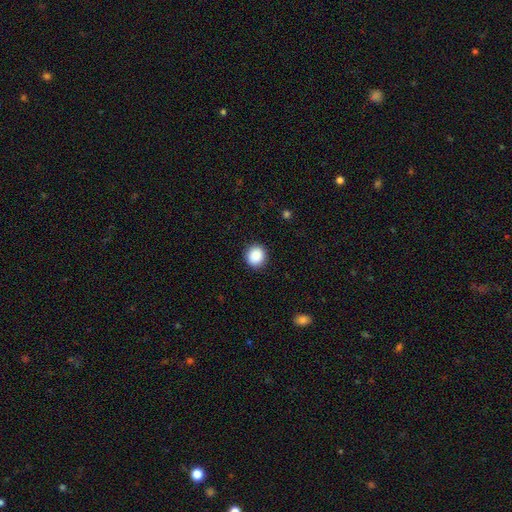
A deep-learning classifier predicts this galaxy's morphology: Smooth or featured?
  - smooth: 89% *
  - star or artifact: 8%
  - featured or disk: 3%
How rounded?
  - round: 87% *
  - in between: 12%
  - cigar-shaped: 1%
Merging?
  - none: 91% *
  - minor disturbance: 6%
  - major disturbance: 2%
  - merger: 1%